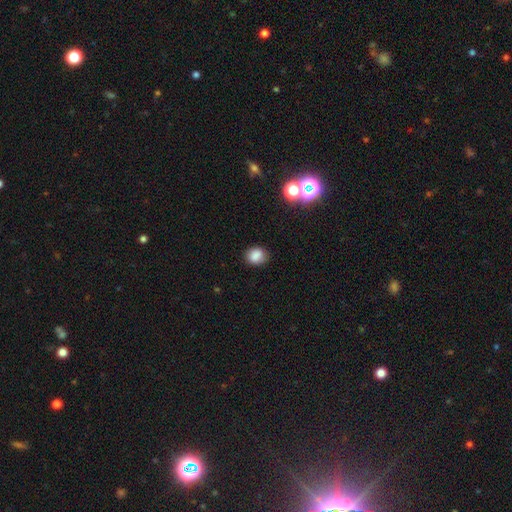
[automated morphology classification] Q: Smooth or featured?
A: smooth (85%); runner-up: star or artifact (10%)
Q: How rounded?
A: round (56%); runner-up: in between (42%)
Q: Merging?
A: none (83%); runner-up: minor disturbance (12%)